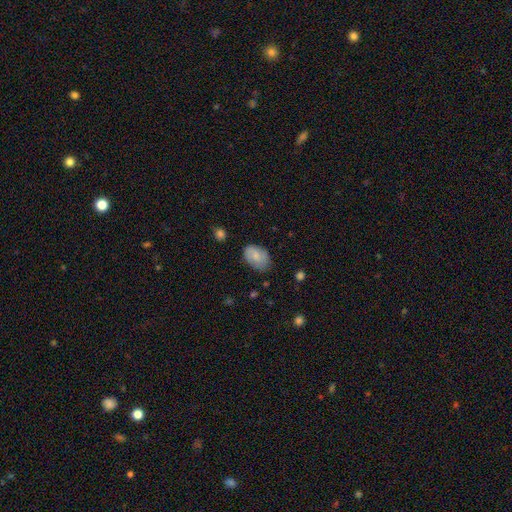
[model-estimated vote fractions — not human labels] Smooth or featured? smooth (78%)
How rounded? in between (86%)
Merging? none (68%)